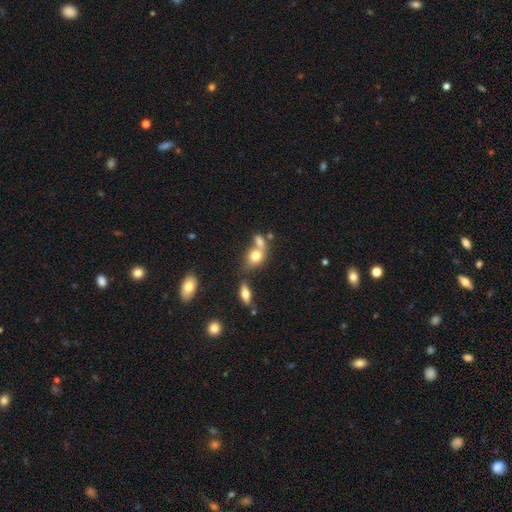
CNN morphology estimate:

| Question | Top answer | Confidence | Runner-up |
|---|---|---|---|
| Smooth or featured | smooth | 74% | featured or disk (15%) |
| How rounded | in between | 55% | round (43%) |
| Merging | merger | 51% | none (33%) |